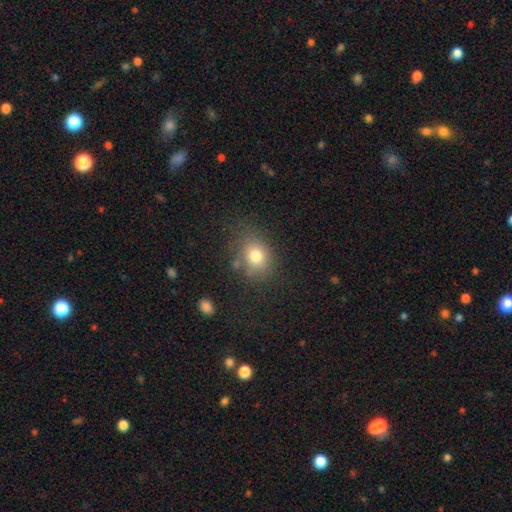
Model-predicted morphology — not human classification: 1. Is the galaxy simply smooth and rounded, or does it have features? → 77% smooth, 13% star or artifact, 11% featured or disk.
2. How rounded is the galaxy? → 50% in between, 49% round, 1% cigar-shaped.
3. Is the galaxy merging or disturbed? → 72% none, 17% minor disturbance, 7% major disturbance, 4% merger.